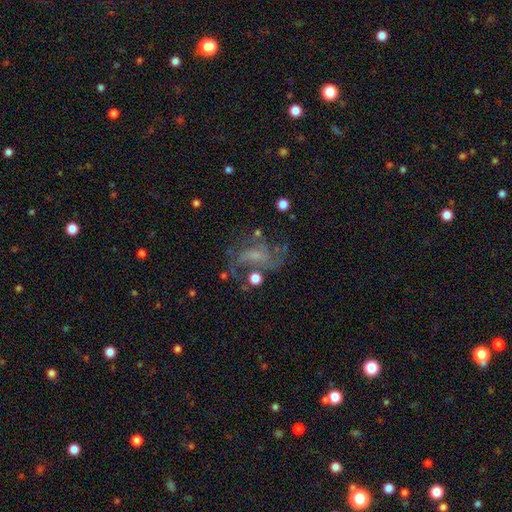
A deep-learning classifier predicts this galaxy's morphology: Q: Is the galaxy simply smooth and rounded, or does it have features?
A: featured or disk — 69%.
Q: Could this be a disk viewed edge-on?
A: no — 97%.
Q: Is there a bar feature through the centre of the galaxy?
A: no — 49%.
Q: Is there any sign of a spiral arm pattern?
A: yes — 81%.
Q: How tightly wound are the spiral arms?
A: medium — 45%.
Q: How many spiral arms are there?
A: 2 — 35%.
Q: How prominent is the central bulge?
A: small — 35%, tied with none.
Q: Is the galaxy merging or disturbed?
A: none — 47%.